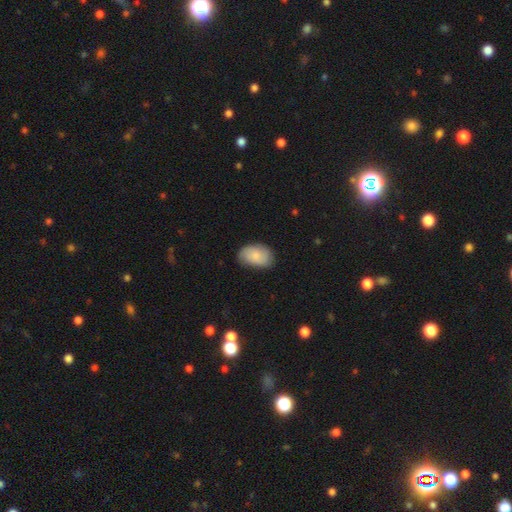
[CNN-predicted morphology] Smooth or featured? smooth (79%)
How rounded? in between (89%)
Merging? none (77%)